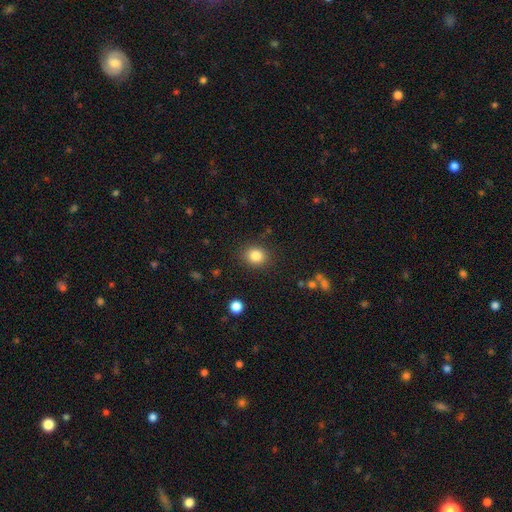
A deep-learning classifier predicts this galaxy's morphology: This appears to be a smooth galaxy with no disk features (84%) that is round (72%). Merging: none (87%).